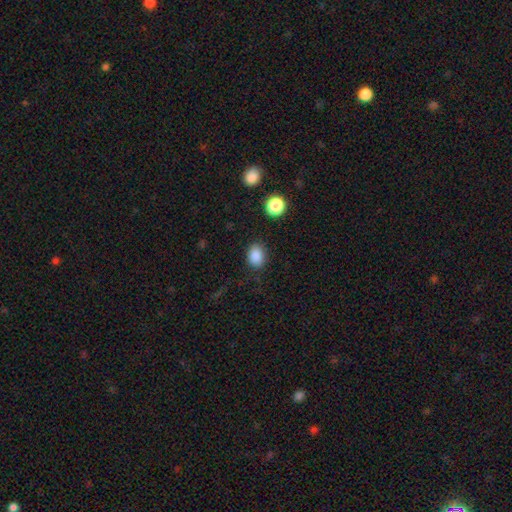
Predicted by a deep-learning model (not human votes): This is clearly a smooth galaxy (86%). How rounded: likely in between (66%). Merging: clearly none (82%).